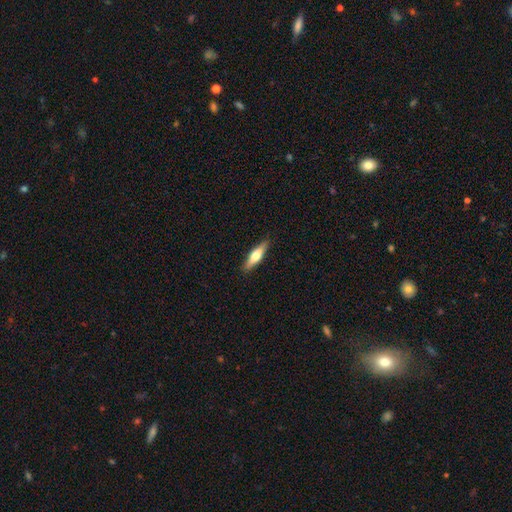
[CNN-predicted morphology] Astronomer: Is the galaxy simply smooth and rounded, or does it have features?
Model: smooth — 54% (runner-up: featured or disk, 40%).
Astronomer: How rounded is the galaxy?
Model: cigar-shaped — 68%.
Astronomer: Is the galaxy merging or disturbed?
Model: none — 89%.